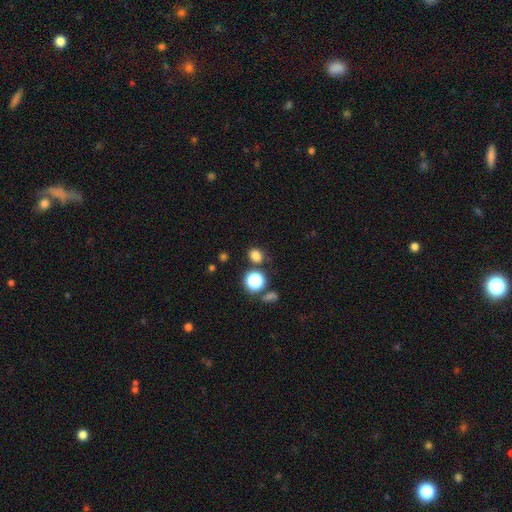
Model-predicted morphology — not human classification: type=smooth (76%); roundness=round (68%); merging=none (80%).